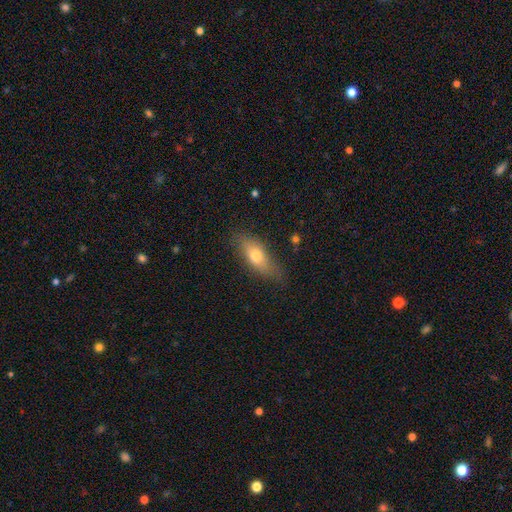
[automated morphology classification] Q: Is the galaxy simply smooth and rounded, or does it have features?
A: smooth — 66%.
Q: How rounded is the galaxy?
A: in between — 61%.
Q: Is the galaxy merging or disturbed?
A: none — 76%.